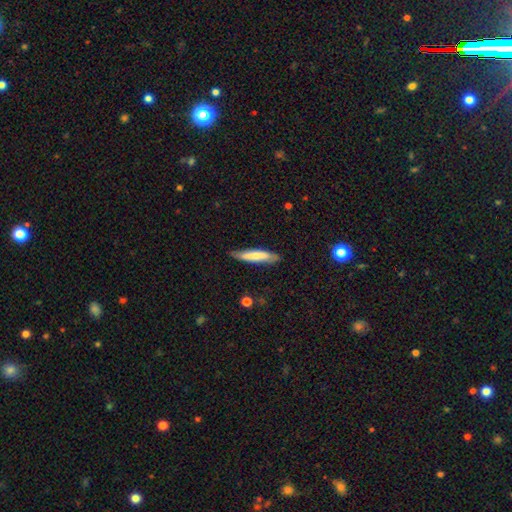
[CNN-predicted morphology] The model was most divided on "smooth or featured": smooth: 68%, featured or disk: 27%, star or artifact: 6%. More confident: how rounded — cigar-shaped (84%); merging — none (81%).